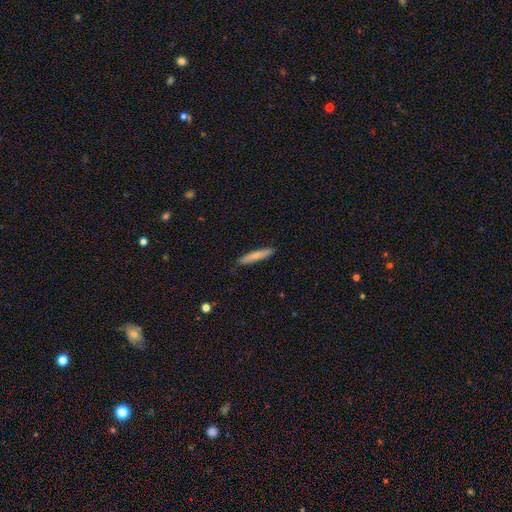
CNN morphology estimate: smooth 67%, featured or disk 27%, star or artifact 6%. Down the decision tree: how rounded — cigar-shaped (91%); merging — none (87%).